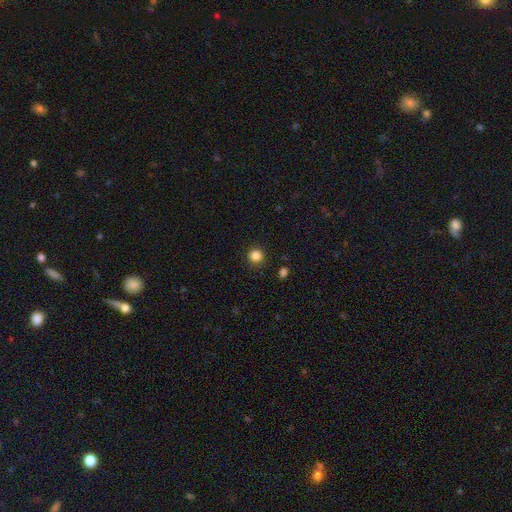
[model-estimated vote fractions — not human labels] Smooth or featured?
  - smooth: 85% *
  - star or artifact: 12%
  - featured or disk: 3%
How rounded?
  - round: 94% *
  - in between: 5%
  - cigar-shaped: 1%
Merging?
  - none: 91% *
  - minor disturbance: 6%
  - major disturbance: 2%
  - merger: 1%